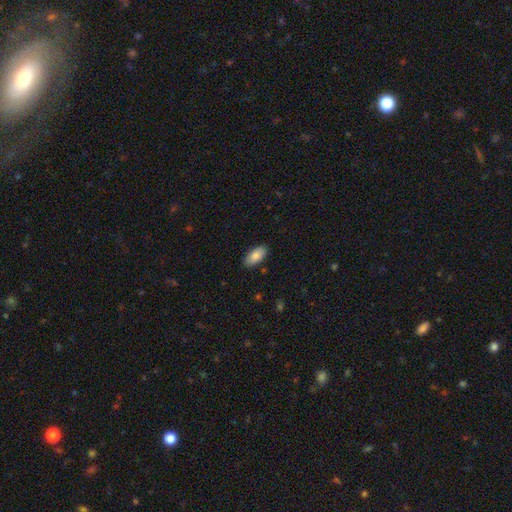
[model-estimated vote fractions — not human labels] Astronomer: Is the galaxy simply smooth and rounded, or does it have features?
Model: smooth — 85%.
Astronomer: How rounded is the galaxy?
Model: in between — 91%.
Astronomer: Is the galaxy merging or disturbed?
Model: none — 88%.